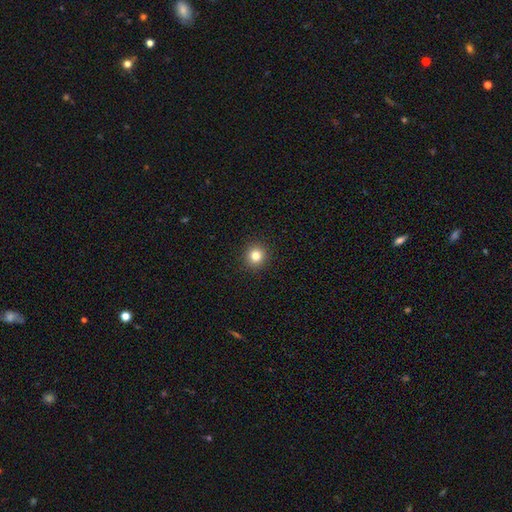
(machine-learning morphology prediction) A smooth galaxy with no disk features (82%) that is round (93%).

Vote fractions:
- Smooth or featured? smooth: 82% / star or artifact: 12% / featured or disk: 6%
- How rounded? round: 93% / in between: 6% / cigar-shaped: 1%
- Merging? none: 93% / minor disturbance: 5% / major disturbance: 2% / merger: 1%